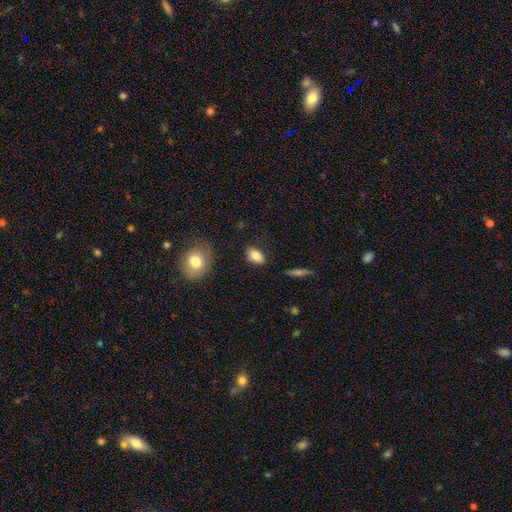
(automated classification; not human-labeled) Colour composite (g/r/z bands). It shows a smooth galaxy with no disk features (84%) that is in between round and cigar-shaped (87%). Merging: none (81%).